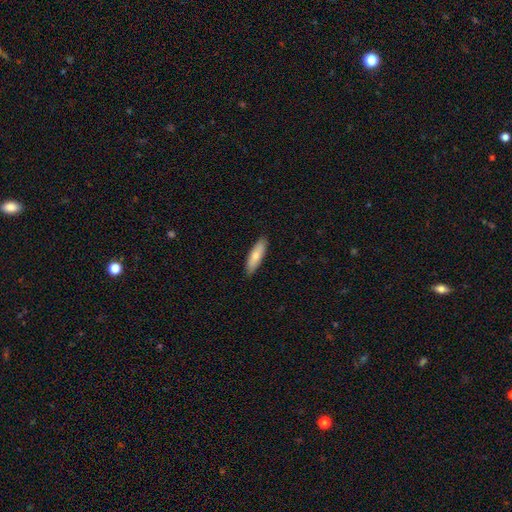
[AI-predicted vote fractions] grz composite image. It shows a smooth galaxy with no disk features (75%) that is cigar-shaped (57%). Merging: none (87%).